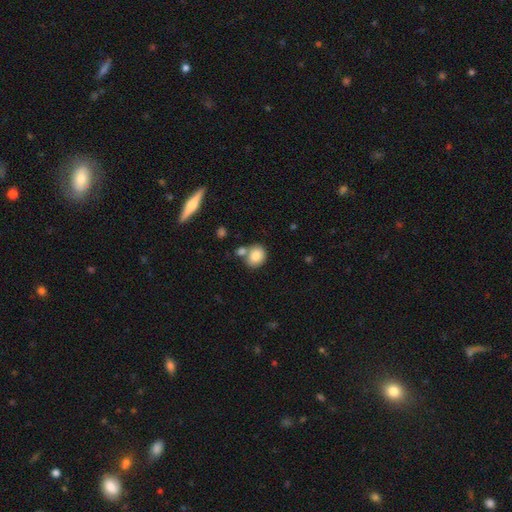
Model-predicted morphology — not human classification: smooth_or_featured: smooth (p=0.84) [alt: star or artifact p=0.08]
how_rounded: round (p=0.53) [alt: in between p=0.46]
merging: none (p=0.53) [alt: merger p=0.30]